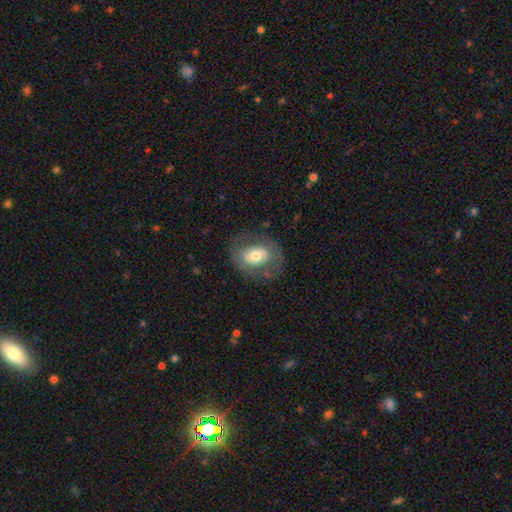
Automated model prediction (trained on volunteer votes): Smooth or featured: featured or disk — 48% (smooth — 46%)
Merging: none — 71% (minor disturbance — 15%)